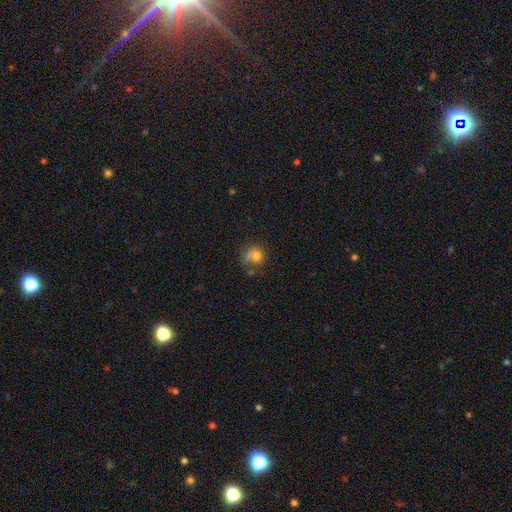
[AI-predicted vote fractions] smooth-or-featured: smooth: 72% | featured or disk: 14% | star or artifact: 13%
  how-rounded: round: 79% | in between: 21% | cigar-shaped: 1%
  merging: none: 46% | merger: 26% | minor disturbance: 17% | major disturbance: 11%